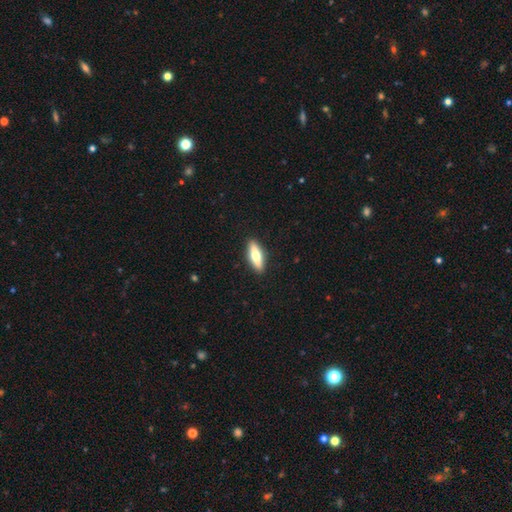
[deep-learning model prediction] This appears to be a smooth galaxy with no disk features (58%) that is cigar-shaped (51%). Merging: none (91%).